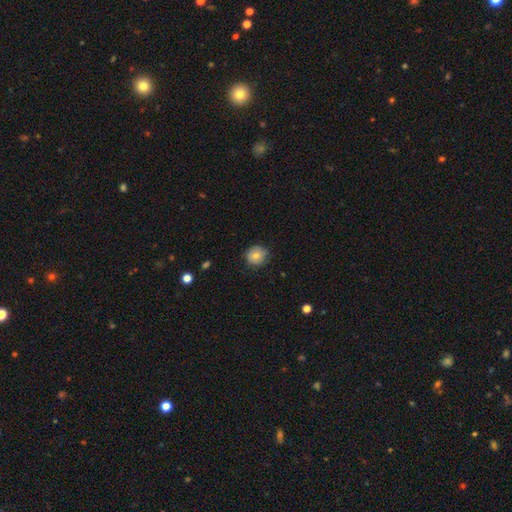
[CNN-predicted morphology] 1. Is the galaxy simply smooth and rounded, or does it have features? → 73% smooth, 19% featured or disk, 9% star or artifact.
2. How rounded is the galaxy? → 88% round, 11% in between, 1% cigar-shaped.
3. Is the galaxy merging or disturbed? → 77% none, 19% minor disturbance, 3% major disturbance, 1% merger.